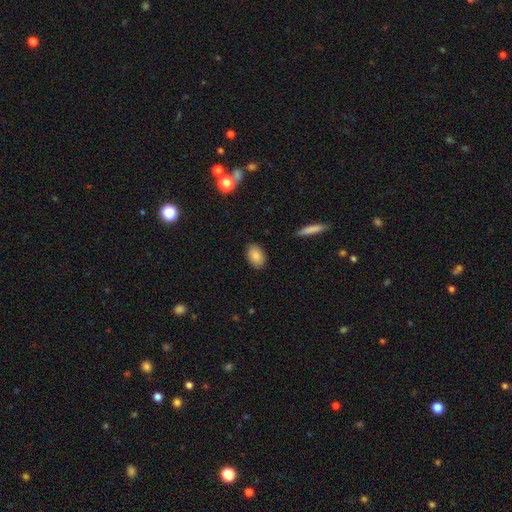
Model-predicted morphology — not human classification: smooth_or_featured: smooth (p=0.87) [alt: star or artifact p=0.07]
how_rounded: in between (p=0.88) [alt: round p=0.10]
merging: none (p=0.86) [alt: minor disturbance p=0.11]